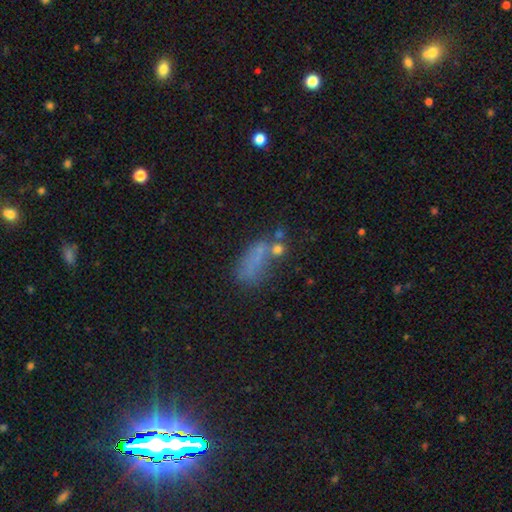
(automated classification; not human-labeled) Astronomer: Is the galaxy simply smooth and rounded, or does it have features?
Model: smooth — 51% (runner-up: featured or disk, 27%).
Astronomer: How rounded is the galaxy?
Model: in between — 77%.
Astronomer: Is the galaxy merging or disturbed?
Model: none — 37% (runner-up: major disturbance, 22%).